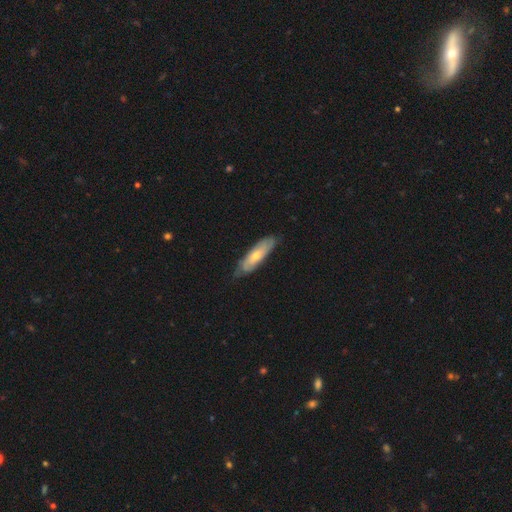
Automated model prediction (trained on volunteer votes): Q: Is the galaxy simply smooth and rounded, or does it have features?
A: smooth — 50%.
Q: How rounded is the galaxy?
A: cigar-shaped — 58%.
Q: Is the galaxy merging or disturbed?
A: none — 74%.